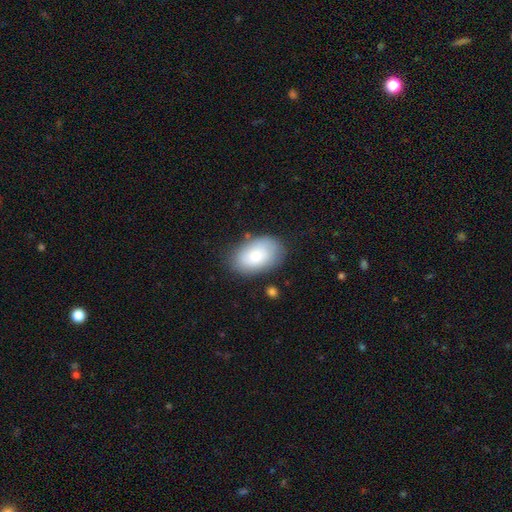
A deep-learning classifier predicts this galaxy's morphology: This appears to be a smooth galaxy with no disk features (82%) that is in between round and cigar-shaped (92%). Merging: none (79%).